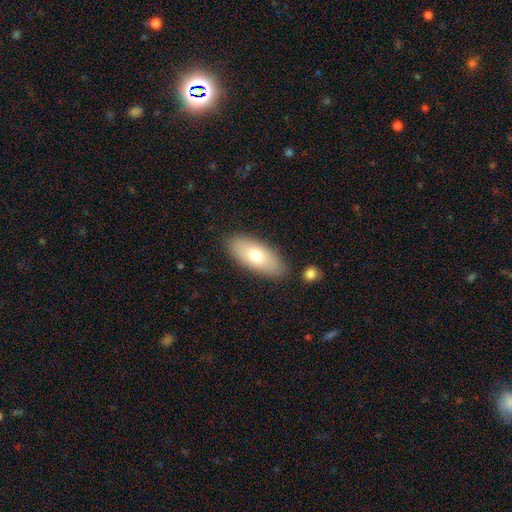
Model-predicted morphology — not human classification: A smooth galaxy with no disk features (71%) that is in between round and cigar-shaped (86%).

Vote fractions:
- Smooth or featured? smooth: 71% / featured or disk: 22% / star or artifact: 6%
- How rounded? in between: 86% / cigar-shaped: 12% / round: 3%
- Merging? none: 85% / minor disturbance: 10% / merger: 2% / major disturbance: 2%